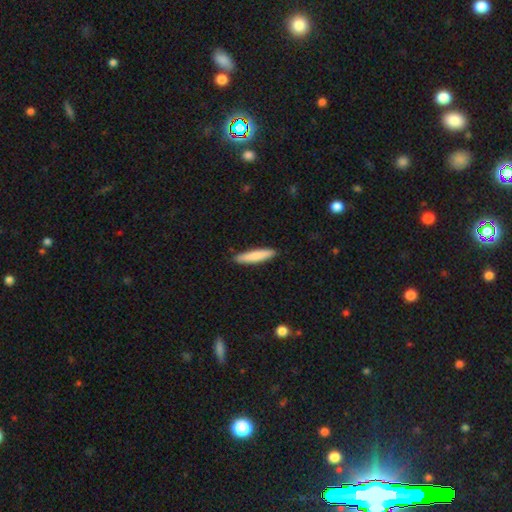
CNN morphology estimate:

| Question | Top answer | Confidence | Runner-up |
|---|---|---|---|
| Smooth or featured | smooth | 81% | featured or disk (14%) |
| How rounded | cigar-shaped | 88% | in between (11%) |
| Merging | none | 89% | minor disturbance (8%) |